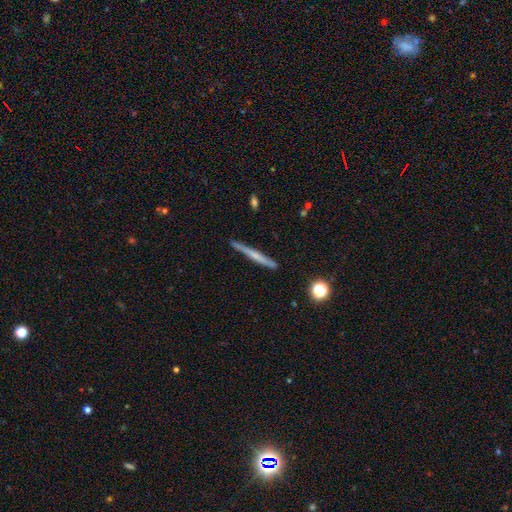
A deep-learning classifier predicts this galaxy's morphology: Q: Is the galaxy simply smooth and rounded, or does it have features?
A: featured or disk — 51%.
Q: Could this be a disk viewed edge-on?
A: yes — 96%.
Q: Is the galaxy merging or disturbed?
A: none — 86%.